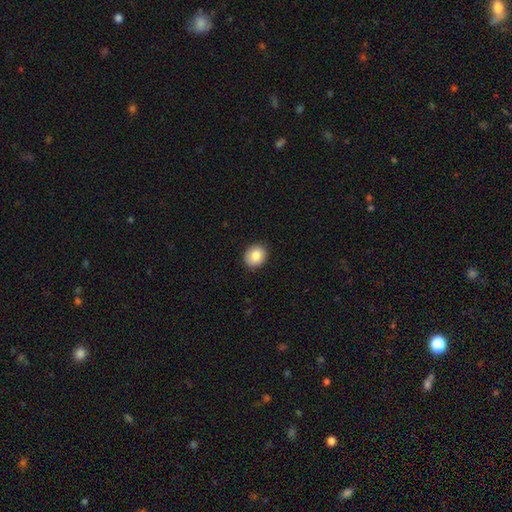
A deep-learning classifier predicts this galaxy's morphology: Smooth or featured: smooth — 86% (star or artifact — 8%)
How rounded: round — 69% (in between — 30%)
Merging: none — 90% (minor disturbance — 8%)